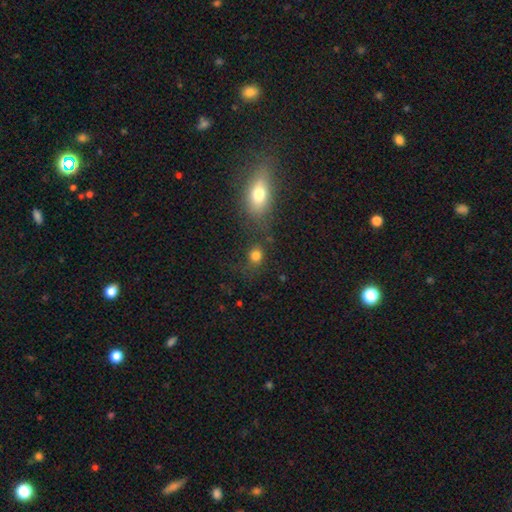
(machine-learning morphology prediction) smooth-or-featured: smooth: 78% | star or artifact: 15% | featured or disk: 7%
  how-rounded: round: 67% | in between: 31% | cigar-shaped: 2%
  merging: none: 65% | minor disturbance: 14% | merger: 13% | major disturbance: 8%